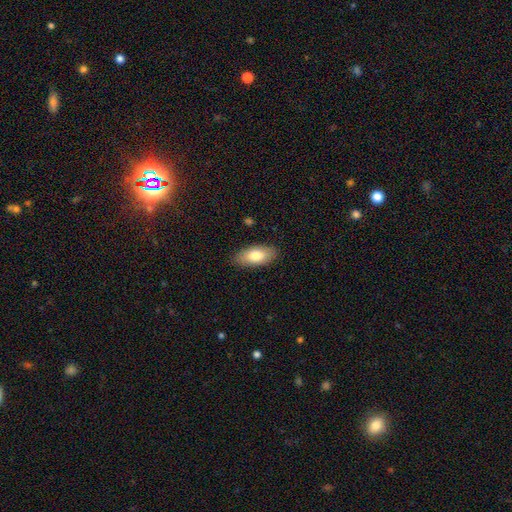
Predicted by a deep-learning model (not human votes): A smooth galaxy with no disk features (79%) that is in between round and cigar-shaped (91%).

Vote fractions:
- Smooth or featured? smooth: 79% / featured or disk: 15% / star or artifact: 6%
- How rounded? in between: 91% / cigar-shaped: 7% / round: 3%
- Merging? none: 86% / minor disturbance: 11% / major disturbance: 2% / merger: 1%